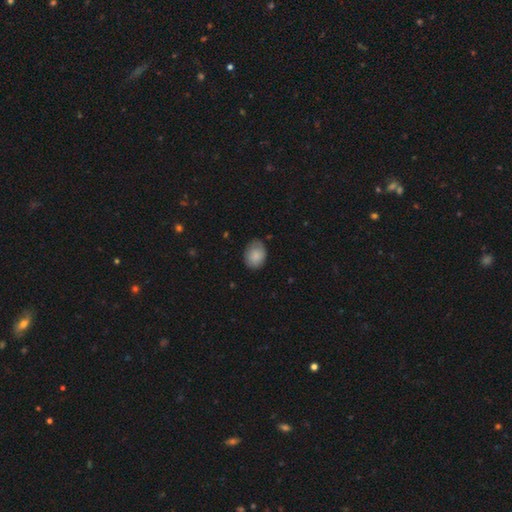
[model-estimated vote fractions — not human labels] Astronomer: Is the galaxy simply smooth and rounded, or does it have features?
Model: smooth — 84%.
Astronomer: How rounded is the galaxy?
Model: in between — 63%.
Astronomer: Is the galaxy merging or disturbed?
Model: none — 71%.